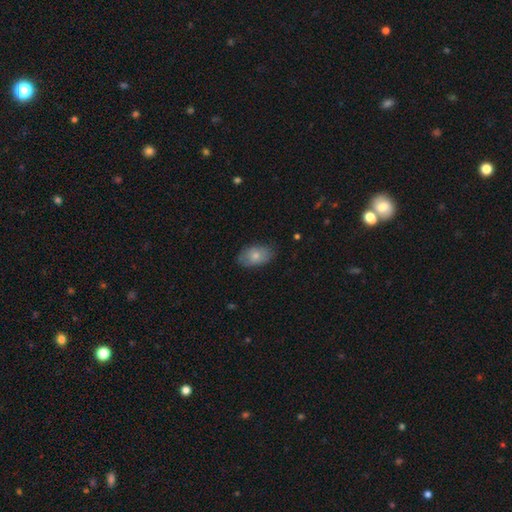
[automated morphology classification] A smooth galaxy with no disk features (77%) that is in between round and cigar-shaped (90%). Merging: none (77%).